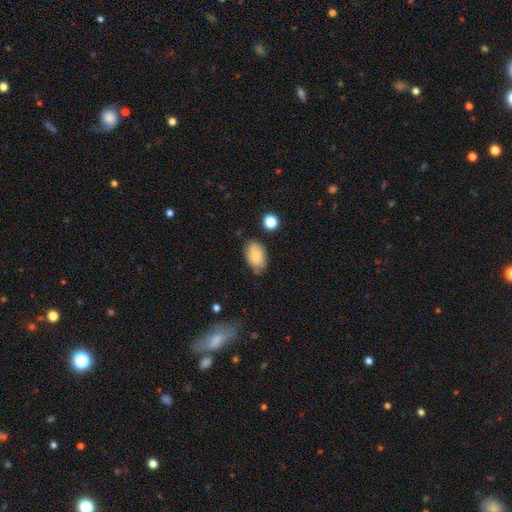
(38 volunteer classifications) smooth_or_featured: smooth (p=0.76) [alt: featured or disk p=0.13]
how_rounded: in between (p=0.90) [alt: round p=0.10]
merging: none (p=0.68) [alt: minor disturbance p=0.21]